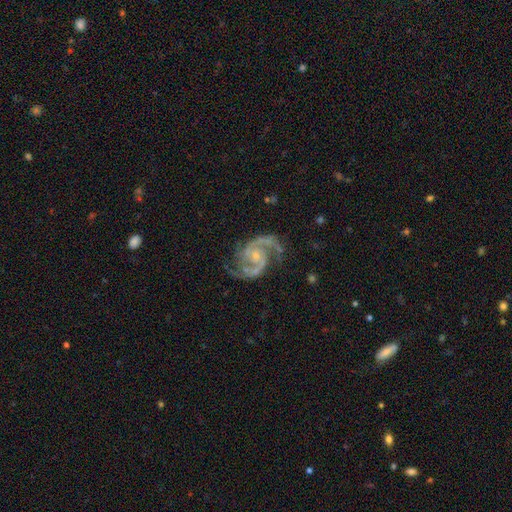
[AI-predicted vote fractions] Smooth or featured?
  - featured or disk: 93% *
  - star or artifact: 4%
  - smooth: 2%
Edge-on disk?
  - no: 98% *
  - yes: 2%
Bar?
  - no: 64% *
  - weak: 29%
  - strong: 8%
Spiral arms?
  - yes: 99% *
  - no: 1%
Spiral winding?
  - medium: 64% *
  - tight: 21%
  - loose: 15%
Spiral arm count?
  - 2: 88% *
  - 3: 5%
  - can't tell: 2%
  - 4: 2%
  - 1: 2%
  - more than 4: 1%
Bulge size?
  - small: 69% *
  - moderate: 24%
  - none: 5%
  - large: 1%
  - dominant: 1%
Merging?
  - none: 73% *
  - minor disturbance: 17%
  - major disturbance: 8%
  - merger: 2%